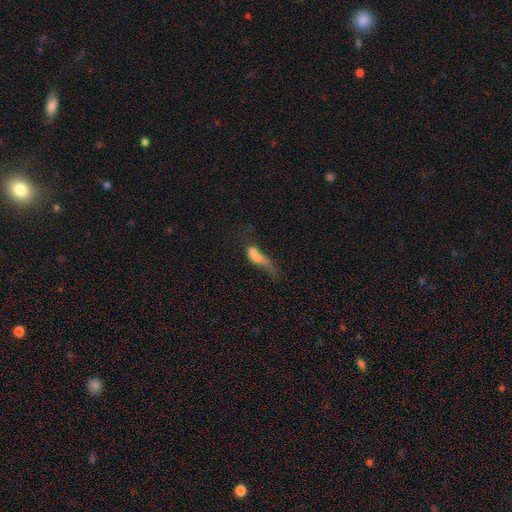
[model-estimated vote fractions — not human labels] The model was most divided on "merging": major disturbance: 43%, merger: 24%, none: 17%, minor disturbance: 16%. More confident: smooth or featured — smooth (62%); how rounded — in between (60%).